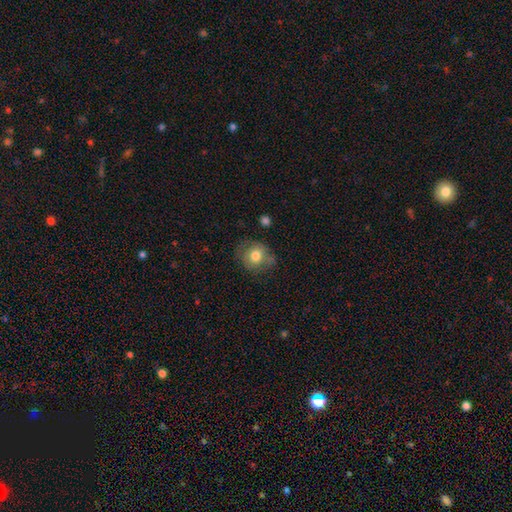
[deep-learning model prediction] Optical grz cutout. It shows a smooth galaxy with no disk features (72%) that is round (75%). Merging: none (66%).